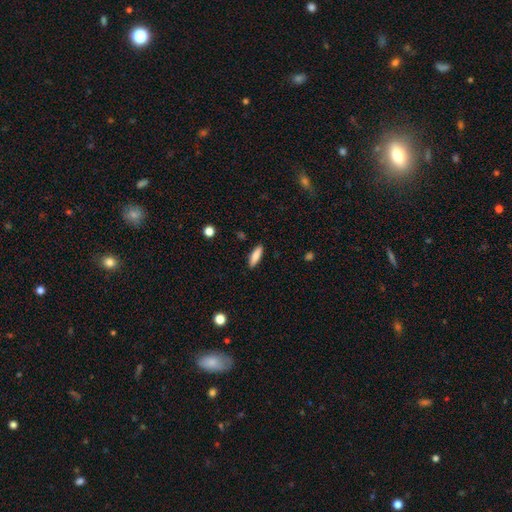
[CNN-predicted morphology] smooth-or-featured: smooth: 84% | featured or disk: 9% | star or artifact: 6%
  how-rounded: cigar-shaped: 58% | in between: 40% | round: 2%
  merging: none: 88% | minor disturbance: 8% | major disturbance: 2% | merger: 1%